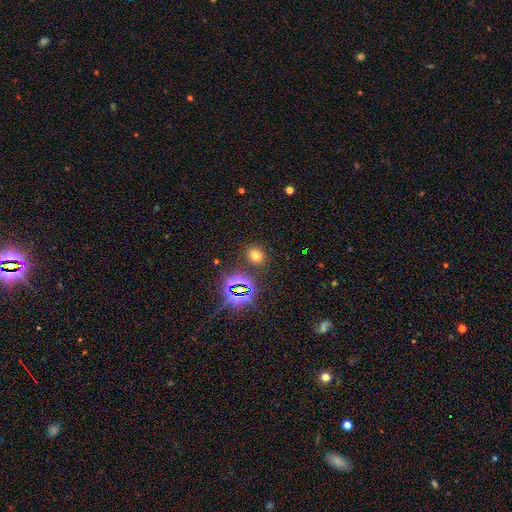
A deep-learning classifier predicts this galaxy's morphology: A smooth galaxy with no disk features (62%) that is round (54%).

Vote fractions:
- Smooth or featured? smooth: 62% / star or artifact: 30% / featured or disk: 8%
- How rounded? round: 54% / in between: 45% / cigar-shaped: 1%
- Merging? none: 84% / minor disturbance: 9% / merger: 4% / major disturbance: 4%